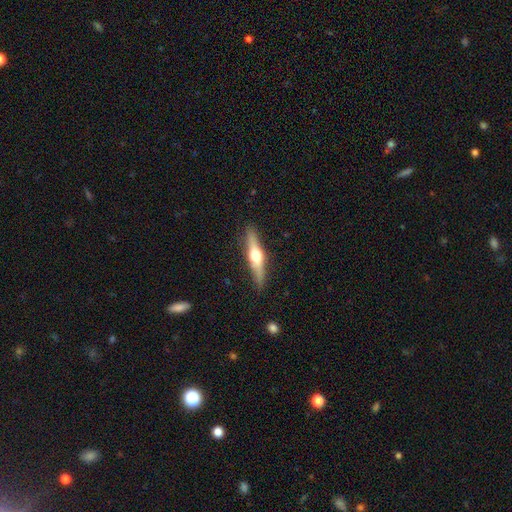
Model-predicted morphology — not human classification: featured or disk 63%, smooth 32%, star or artifact 6%. Down the decision tree: edge-on disk — yes (95%); edge-on bulge — rounded (95%); merging — none (88%).